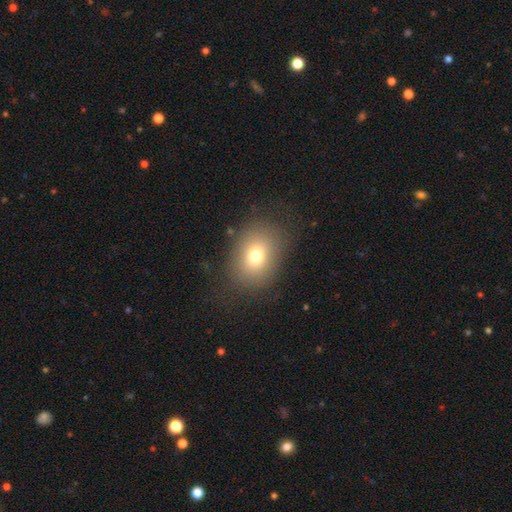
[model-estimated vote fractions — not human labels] smooth-or-featured: smooth: 74% | star or artifact: 13% | featured or disk: 13%
  how-rounded: in between: 55% | round: 44% | cigar-shaped: 1%
  merging: none: 78% | minor disturbance: 13% | major disturbance: 7% | merger: 1%